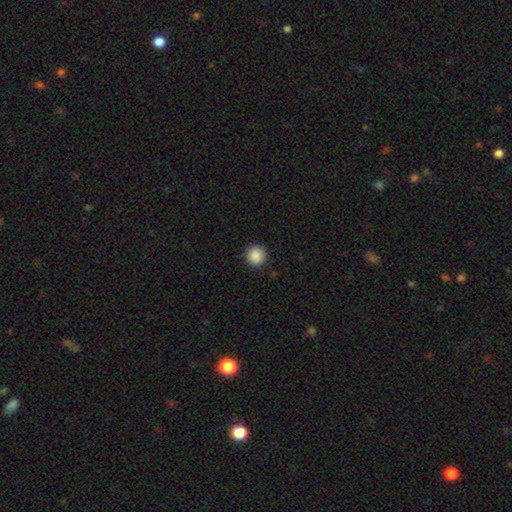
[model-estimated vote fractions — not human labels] A smooth galaxy with no disk features (89%) that is round (95%).

Vote fractions:
- Smooth or featured? smooth: 89% / star or artifact: 9% / featured or disk: 3%
- How rounded? round: 95% / in between: 4% / cigar-shaped: 1%
- Merging? none: 91% / minor disturbance: 6% / major disturbance: 2% / merger: 1%